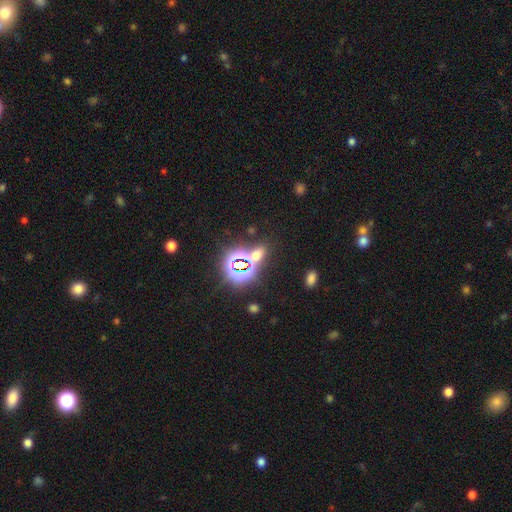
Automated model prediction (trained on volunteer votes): Smooth or featured: star or artifact — 54% (smooth — 37%)